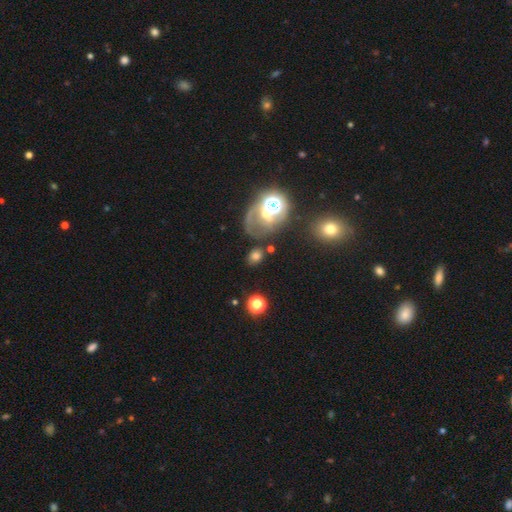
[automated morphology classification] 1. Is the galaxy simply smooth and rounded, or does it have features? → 65% smooth, 21% star or artifact, 14% featured or disk.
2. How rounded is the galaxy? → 53% in between, 46% round, 2% cigar-shaped.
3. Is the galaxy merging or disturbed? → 65% none, 16% minor disturbance, 11% major disturbance, 8% merger.